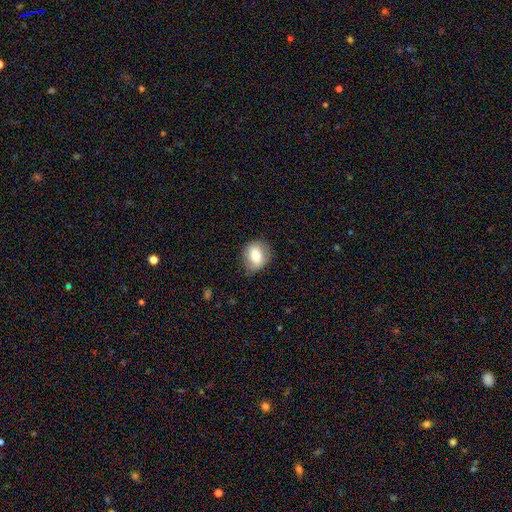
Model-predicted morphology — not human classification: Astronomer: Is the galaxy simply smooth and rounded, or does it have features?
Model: smooth — 75%.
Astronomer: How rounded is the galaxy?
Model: round — 58% (runner-up: in between, 41%).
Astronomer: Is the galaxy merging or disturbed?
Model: none — 78%.